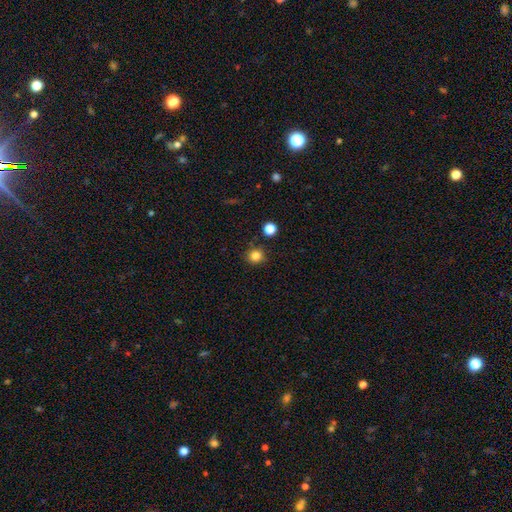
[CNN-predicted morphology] smooth-or-featured: smooth: 83% | star or artifact: 13% | featured or disk: 4%
  how-rounded: round: 91% | in between: 8% | cigar-shaped: 1%
  merging: none: 86% | minor disturbance: 8% | merger: 4% | major disturbance: 2%